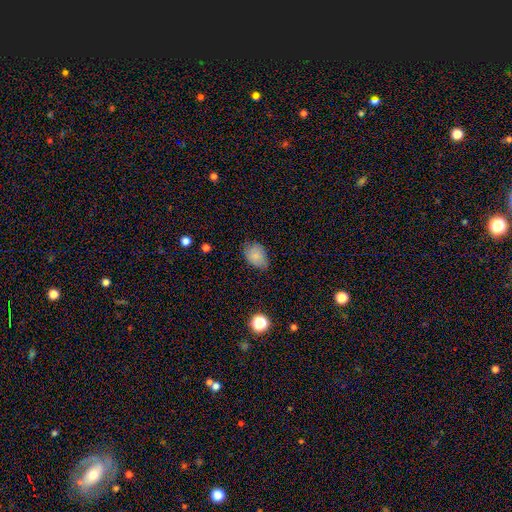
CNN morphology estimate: Smooth or featured?
  - smooth: 79% *
  - featured or disk: 11%
  - star or artifact: 9%
How rounded?
  - in between: 77% *
  - round: 22%
  - cigar-shaped: 1%
Merging?
  - none: 66% *
  - minor disturbance: 27%
  - major disturbance: 5%
  - merger: 1%